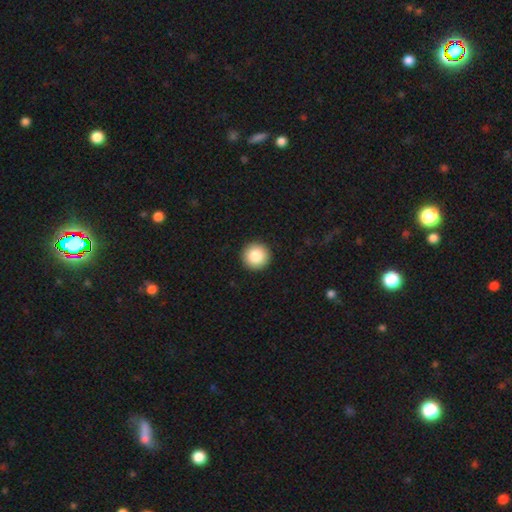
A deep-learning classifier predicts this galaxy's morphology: type=smooth (85%); roundness=round (96%); merging=none (93%).